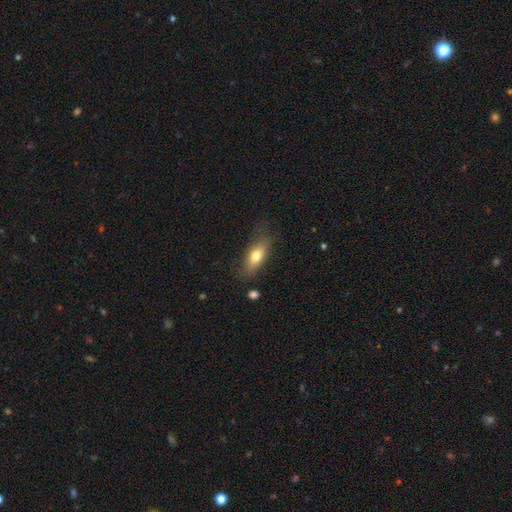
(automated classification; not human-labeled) Morphology: type=smooth (71%); roundness=in between (75%); merging=none (73%).